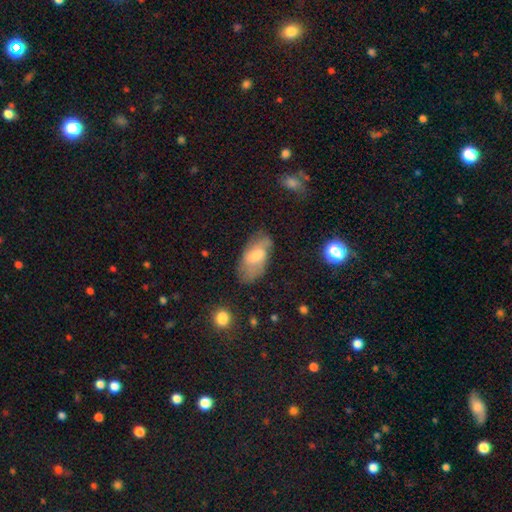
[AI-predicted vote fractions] The model was most divided on "smooth or featured": smooth: 53%, featured or disk: 39%, star or artifact: 8%. More confident: how rounded — in between (91%); merging — none (61%).